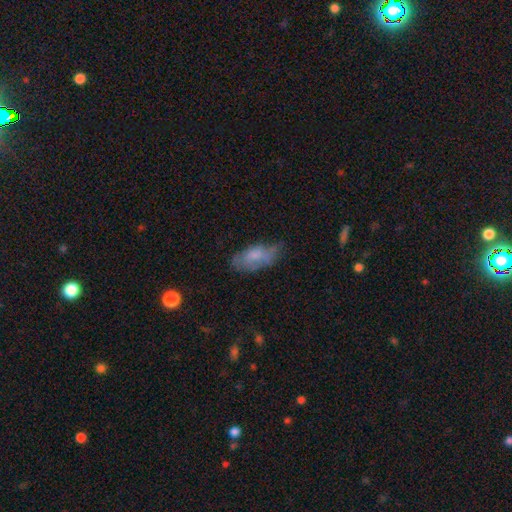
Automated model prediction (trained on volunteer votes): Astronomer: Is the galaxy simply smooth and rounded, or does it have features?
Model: smooth — 64%.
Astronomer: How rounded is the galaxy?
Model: in between — 89%.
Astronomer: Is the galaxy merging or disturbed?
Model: none — 48% (runner-up: minor disturbance, 35%).